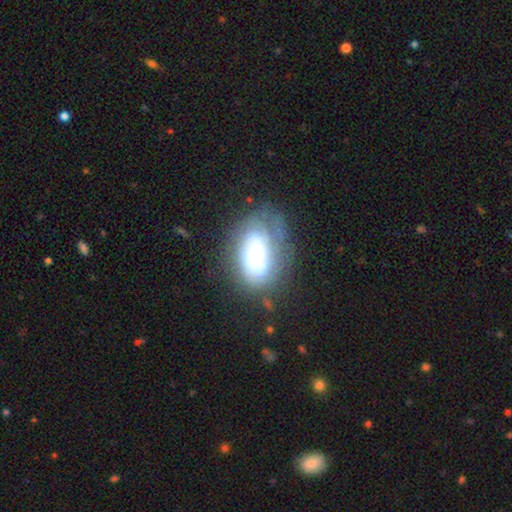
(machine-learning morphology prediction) Q: Smooth or featured?
A: featured or disk (58%); runner-up: smooth (33%)
Q: Edge-on disk?
A: no (95%); runner-up: yes (5%)
Q: Bar?
A: no (80%); runner-up: weak (15%)
Q: Spiral arms?
A: yes (60%); runner-up: no (40%)
Q: Bulge size?
A: moderate (41%); runner-up: small (40%)
Q: Merging?
A: none (50%); runner-up: minor disturbance (25%)